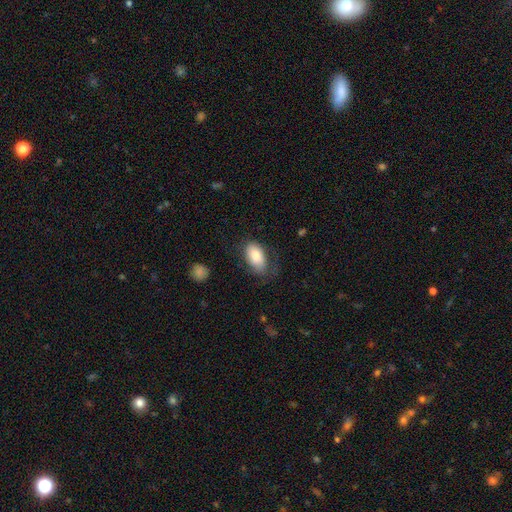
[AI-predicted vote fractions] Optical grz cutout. It shows a smooth galaxy with no disk features (80%) that is in between round and cigar-shaped (93%). Merging: none (57%).